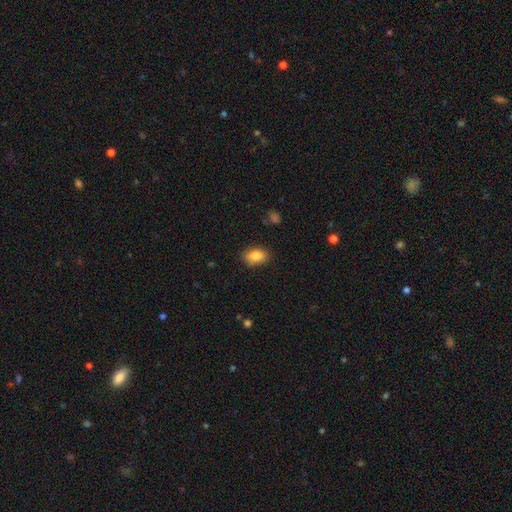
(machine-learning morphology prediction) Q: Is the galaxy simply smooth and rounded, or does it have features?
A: smooth — 86%.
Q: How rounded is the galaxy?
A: in between — 88%.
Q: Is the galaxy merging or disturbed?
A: none — 84%.